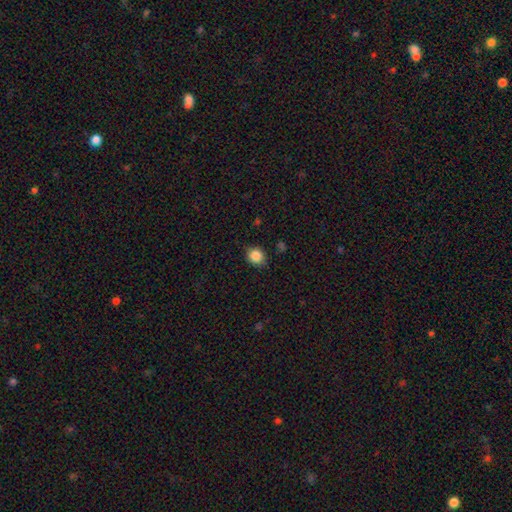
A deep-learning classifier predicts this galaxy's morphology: This is clearly a smooth galaxy (85%). How rounded: likely round (70%). Merging: clearly none (85%).